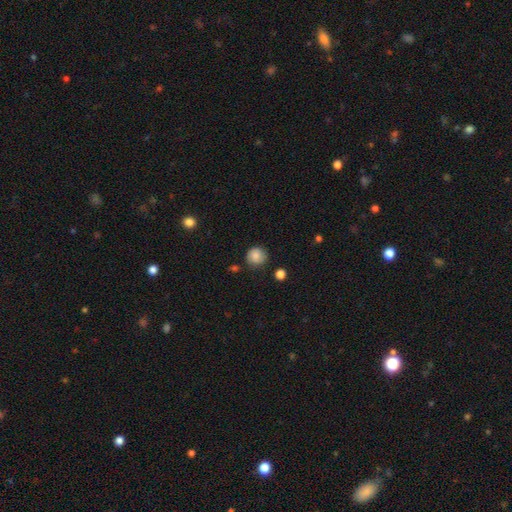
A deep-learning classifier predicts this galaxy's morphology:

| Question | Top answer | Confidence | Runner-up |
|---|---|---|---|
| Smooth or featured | smooth | 82% | star or artifact (9%) |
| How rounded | round | 90% | in between (9%) |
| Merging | none | 80% | minor disturbance (14%) |